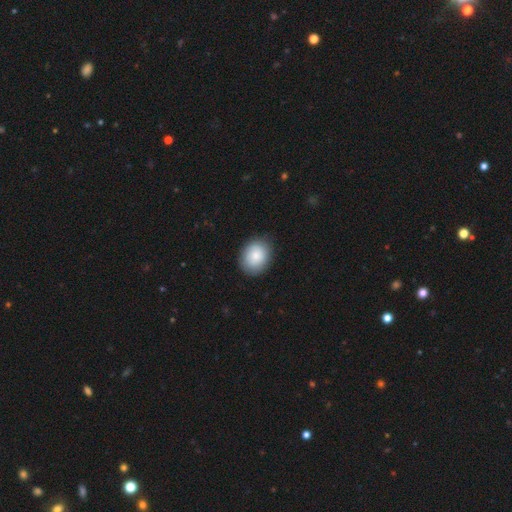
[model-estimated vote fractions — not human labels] Q: Smooth or featured?
A: smooth (84%); runner-up: featured or disk (9%)
Q: How rounded?
A: in between (51%); runner-up: round (48%)
Q: Merging?
A: none (85%); runner-up: minor disturbance (12%)